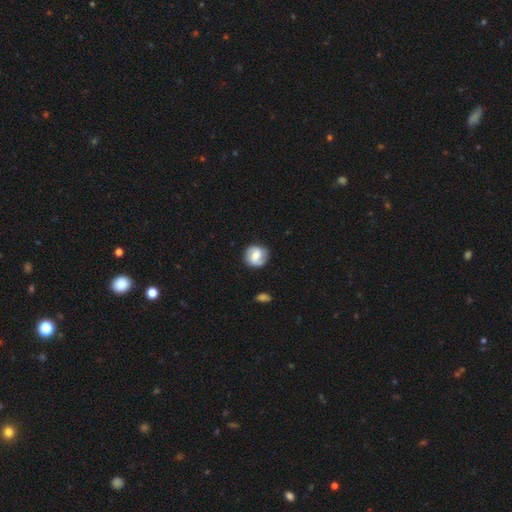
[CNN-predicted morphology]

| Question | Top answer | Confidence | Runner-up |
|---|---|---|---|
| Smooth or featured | featured or disk | 59% | smooth (34%) |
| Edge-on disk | no | 98% | yes (2%) |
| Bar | weak | 49% | no (34%) |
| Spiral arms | yes | 88% | no (12%) |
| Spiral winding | medium | 43% | loose (30%) |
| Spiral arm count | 2 | 87% | can't tell (6%) |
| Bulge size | moderate | 62% | small (23%) |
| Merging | none | 84% | minor disturbance (11%) |